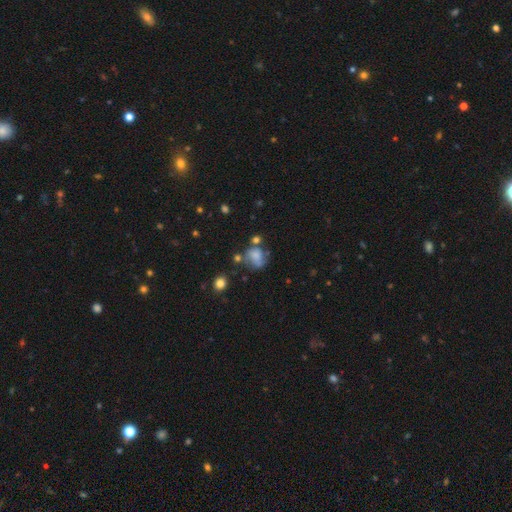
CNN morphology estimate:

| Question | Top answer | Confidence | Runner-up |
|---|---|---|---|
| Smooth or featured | smooth | 60% | featured or disk (26%) |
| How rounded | round | 56% | in between (43%) |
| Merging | none | 39% | minor disturbance (26%) |